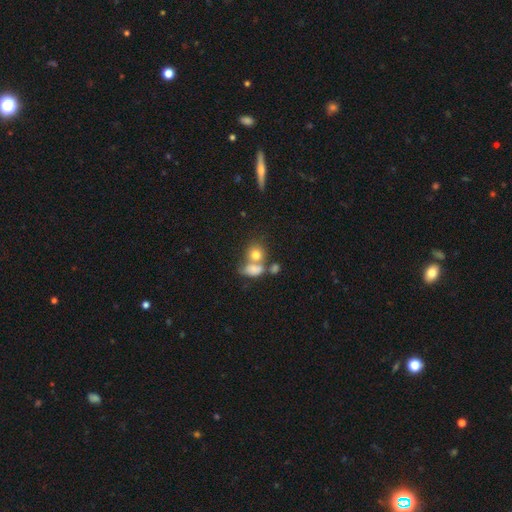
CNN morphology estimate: smooth-or-featured: smooth: 75% | featured or disk: 14% | star or artifact: 11%
  how-rounded: round: 58% | in between: 41% | cigar-shaped: 2%
  merging: merger: 49% | none: 34% | minor disturbance: 10% | major disturbance: 7%